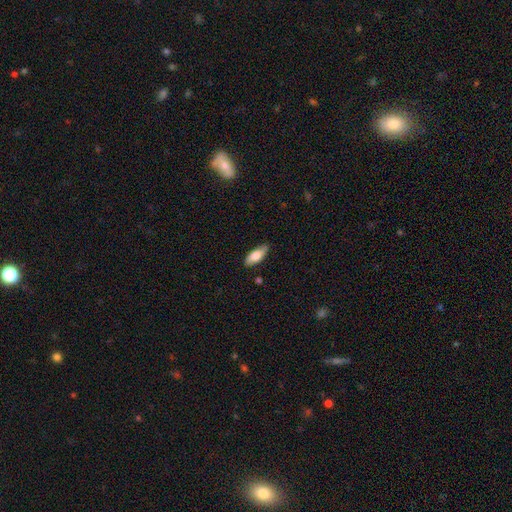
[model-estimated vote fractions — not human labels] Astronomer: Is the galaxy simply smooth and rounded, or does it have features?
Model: smooth — 79%.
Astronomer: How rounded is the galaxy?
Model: in between — 81%.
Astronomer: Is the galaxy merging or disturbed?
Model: none — 83%.